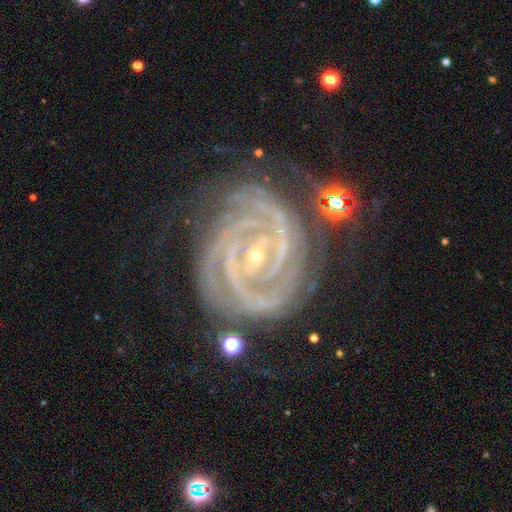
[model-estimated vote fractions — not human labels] Smooth or featured?
  - featured or disk: 93% *
  - star or artifact: 5%
  - smooth: 2%
Edge-on disk?
  - no: 98% *
  - yes: 2%
Bar?
  - strong: 40% *
  - weak: 36%
  - no: 25%
Spiral arms?
  - yes: 99% *
  - no: 1%
Spiral winding?
  - tight: 83% *
  - medium: 15%
  - loose: 2%
Spiral arm count?
  - 2: 43% *
  - 3: 25%
  - 4: 12%
  - can't tell: 8%
  - more than 4: 7%
  - 1: 6%
Bulge size?
  - small: 79% *
  - moderate: 18%
  - none: 1%
  - large: 1%
  - dominant: 1%
Merging?
  - none: 74% *
  - minor disturbance: 17%
  - major disturbance: 6%
  - merger: 3%